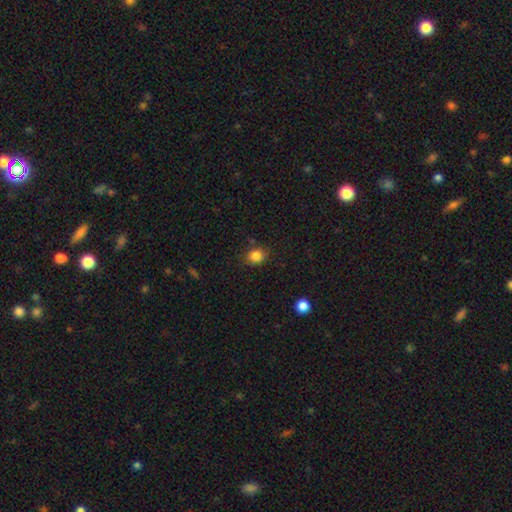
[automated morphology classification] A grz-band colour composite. It shows a smooth galaxy with no disk features (85%) that is round (70%). Merging: none (81%).